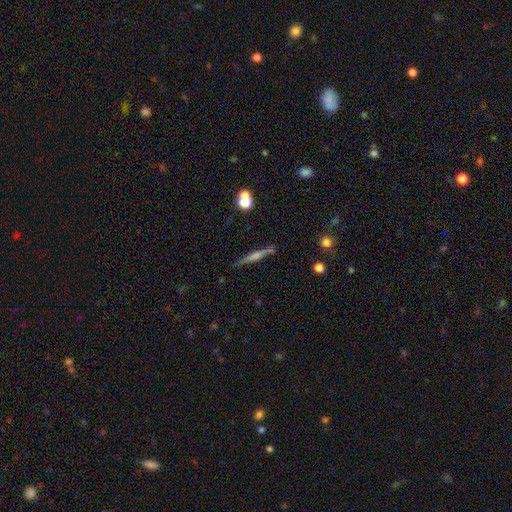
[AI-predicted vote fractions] Q: Smooth or featured?
A: featured or disk (61%); runner-up: smooth (30%)
Q: Edge-on disk?
A: yes (96%); runner-up: no (4%)
Q: Edge-on bulge?
A: rounded (54%); runner-up: none (25%)
Q: Merging?
A: none (84%); runner-up: minor disturbance (10%)